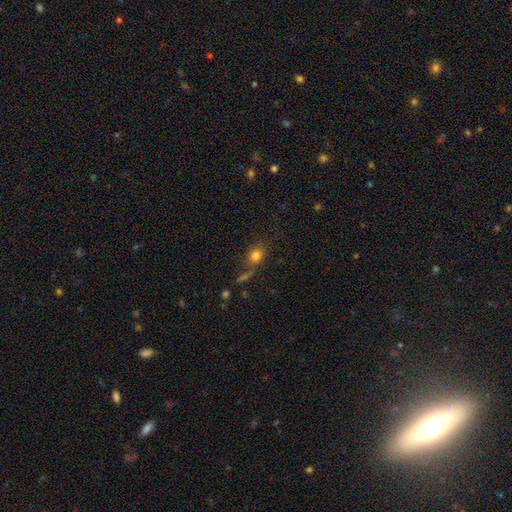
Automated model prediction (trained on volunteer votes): The model was most divided on "how rounded": round: 53%, in between: 45%, cigar-shaped: 3%. More confident: smooth or featured — smooth (76%); merging — none (63%).